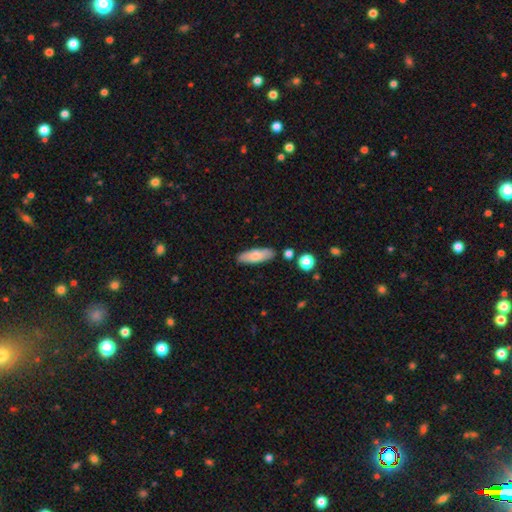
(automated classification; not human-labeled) Q: Smooth or featured?
A: smooth (77%); runner-up: featured or disk (17%)
Q: How rounded?
A: in between (60%); runner-up: cigar-shaped (38%)
Q: Merging?
A: none (82%); runner-up: minor disturbance (12%)